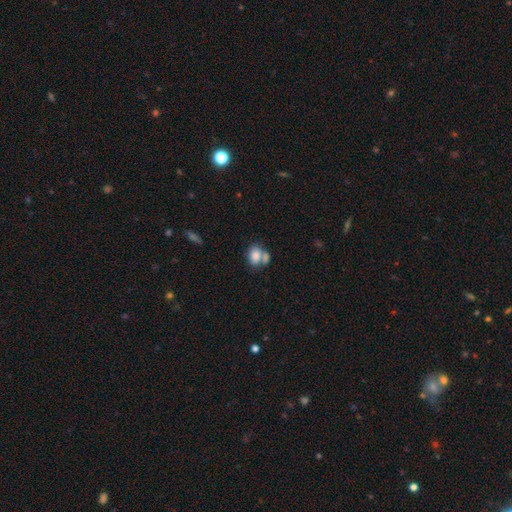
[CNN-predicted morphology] Q: Smooth or featured?
A: smooth (80%); runner-up: featured or disk (11%)
Q: How rounded?
A: in between (69%); runner-up: round (30%)
Q: Merging?
A: merger (49%); runner-up: none (33%)